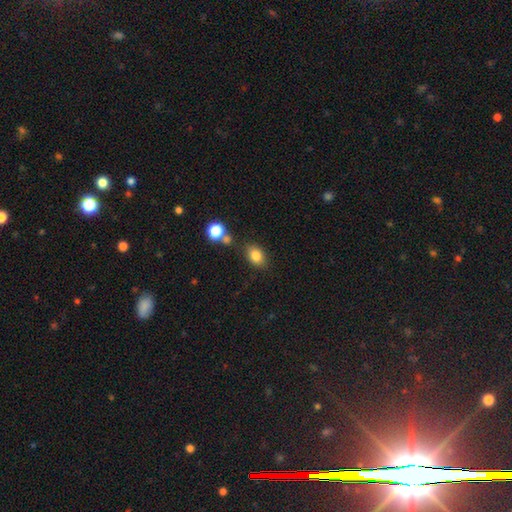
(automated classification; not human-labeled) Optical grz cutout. It shows a smooth galaxy with no disk features (82%) that is in between round and cigar-shaped (77%). Merging: none (74%).